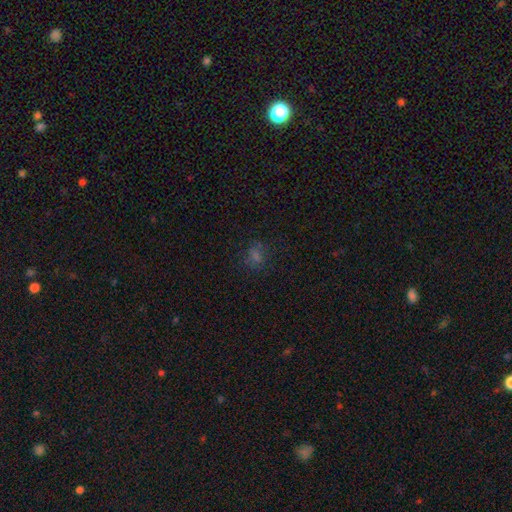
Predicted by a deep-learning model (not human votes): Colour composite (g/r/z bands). It shows a smooth galaxy with no disk features (57%) that is round (60%). Merging: none (77%).